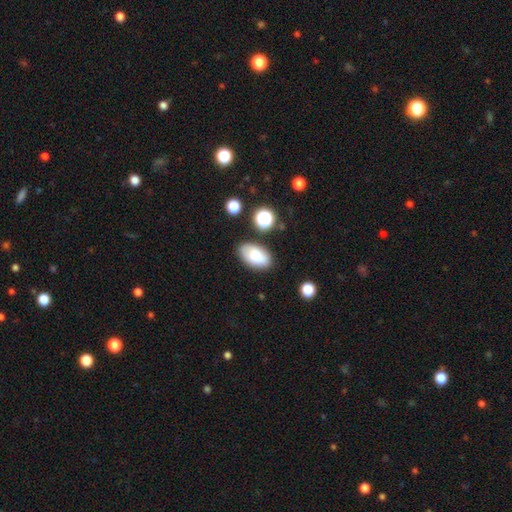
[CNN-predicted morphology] The model was most divided on "smooth or featured": smooth: 74%, featured or disk: 17%, star or artifact: 9%. More confident: how rounded — in between (93%); merging — none (79%).